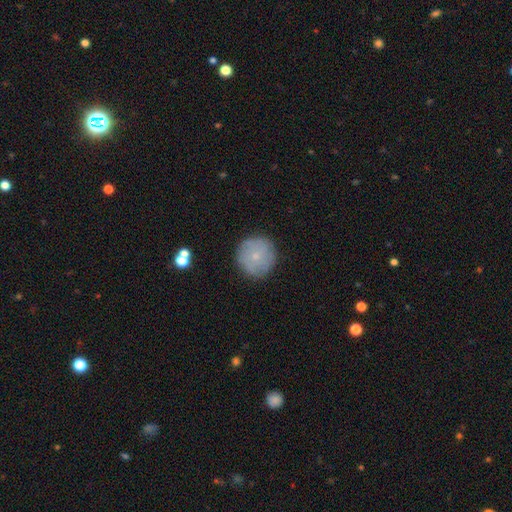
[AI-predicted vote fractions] The model was most divided on "smooth or featured": smooth: 64%, featured or disk: 27%, star or artifact: 9%. More confident: how rounded — round (95%); merging — none (84%).